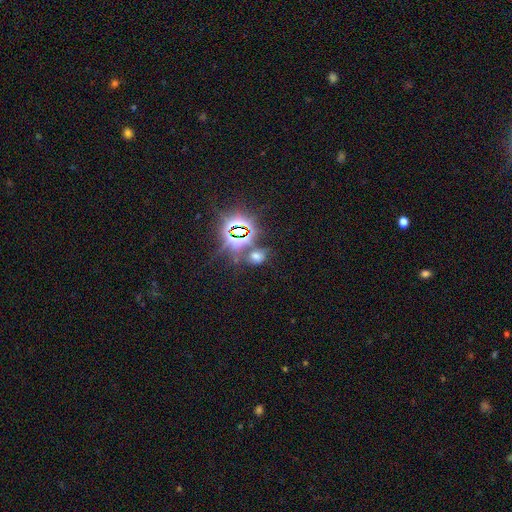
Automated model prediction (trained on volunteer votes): Smooth or featured?
  - star or artifact: 55% *
  - smooth: 36%
  - featured or disk: 9%